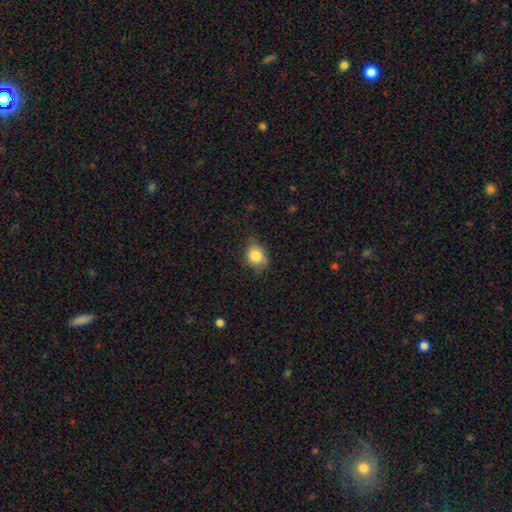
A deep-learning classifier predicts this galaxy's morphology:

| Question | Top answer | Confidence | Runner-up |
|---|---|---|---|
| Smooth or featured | smooth | 80% | featured or disk (10%) |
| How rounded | round | 59% | in between (40%) |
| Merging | none | 63% | minor disturbance (29%) |